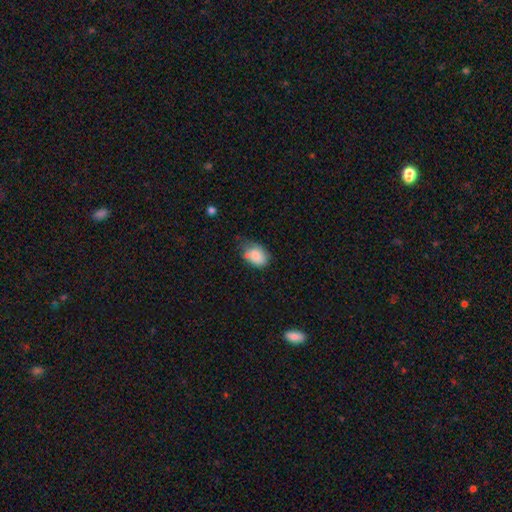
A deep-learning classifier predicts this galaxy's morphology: Q: Smooth or featured?
A: smooth (83%); runner-up: featured or disk (9%)
Q: How rounded?
A: in between (74%); runner-up: round (25%)
Q: Merging?
A: none (43%); runner-up: minor disturbance (39%)